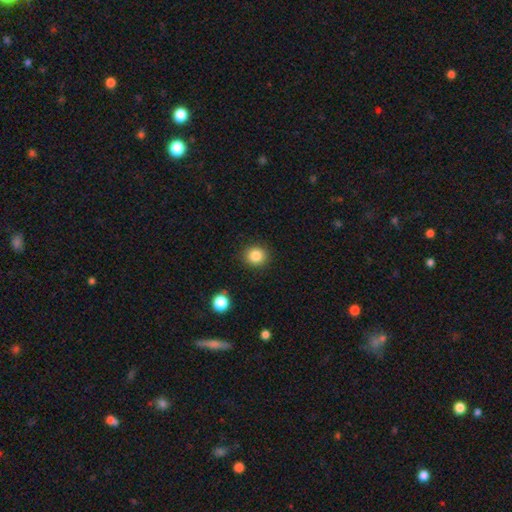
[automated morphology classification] Q: Smooth or featured?
A: smooth (84%); runner-up: star or artifact (11%)
Q: How rounded?
A: round (87%); runner-up: in between (13%)
Q: Merging?
A: none (90%); runner-up: minor disturbance (7%)